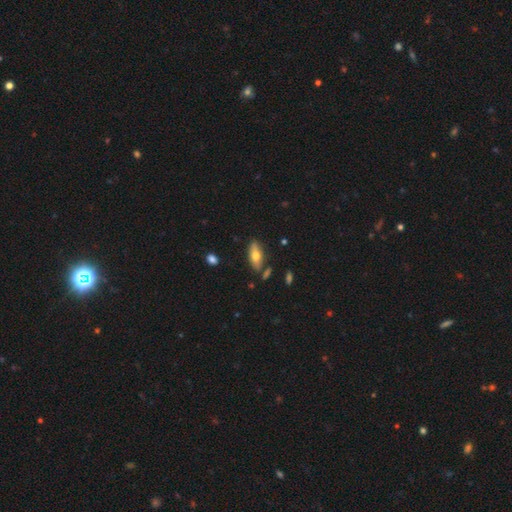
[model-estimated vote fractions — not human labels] This appears to be a smooth galaxy with no disk features (64%) that is in between round and cigar-shaped (74%). Merging: none (80%).